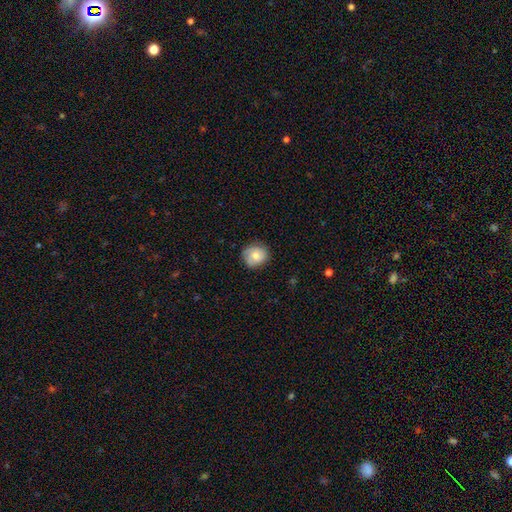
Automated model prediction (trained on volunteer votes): Morphology: type=smooth (69%); roundness=round (85%); merging=none (76%).